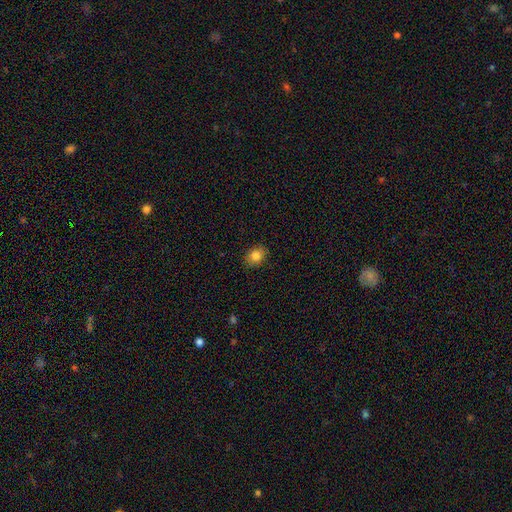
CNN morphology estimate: This appears to be a smooth galaxy with no disk features (83%) that is in between round and cigar-shaped (55%). Merging: none (87%).